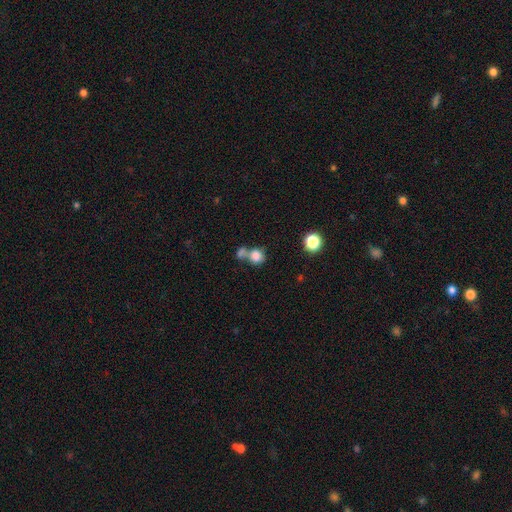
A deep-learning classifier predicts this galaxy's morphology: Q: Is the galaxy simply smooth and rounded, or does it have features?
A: smooth — 80%.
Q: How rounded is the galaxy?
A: round — 76%.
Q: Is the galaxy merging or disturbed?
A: merger — 49%.